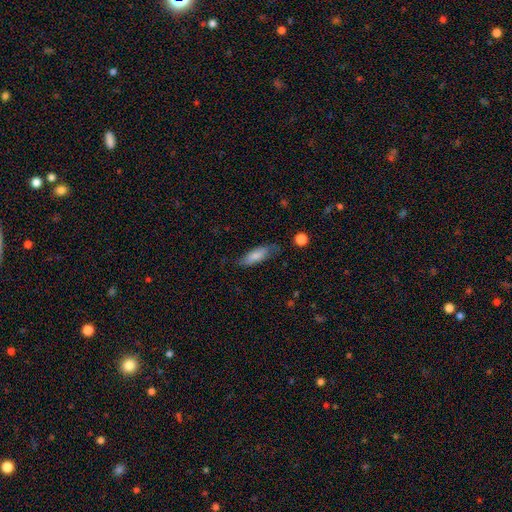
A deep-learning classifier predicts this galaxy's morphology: Overall: smooth (79%). How rounded: in between (59%; cigar-shaped 39%). Merging: none (69%).